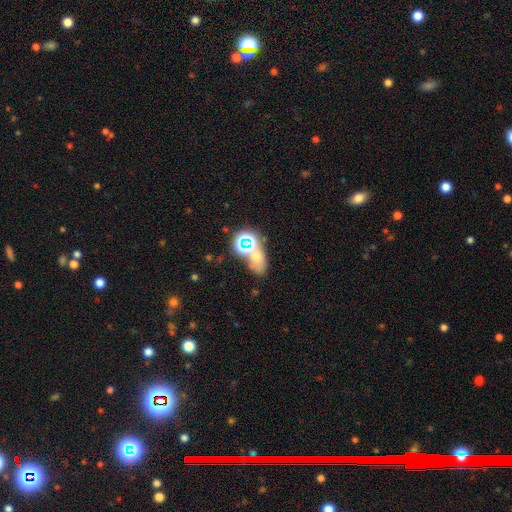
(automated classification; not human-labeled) Smooth or featured? Predicted: star or artifact (p=0.43).